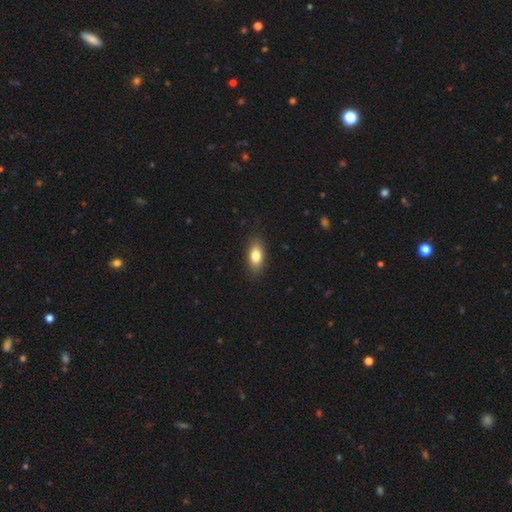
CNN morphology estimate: This is likely a smooth galaxy (80%). How rounded: clearly in between (85%). Merging: clearly none (86%).